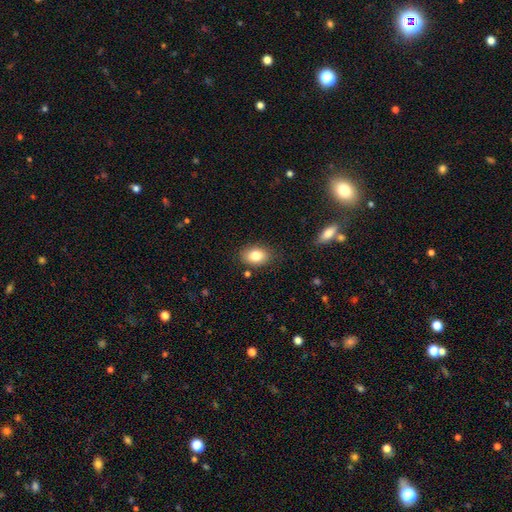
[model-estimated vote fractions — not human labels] Smooth or featured?
  - smooth: 82% *
  - featured or disk: 9%
  - star or artifact: 8%
How rounded?
  - in between: 83% *
  - round: 16%
  - cigar-shaped: 1%
Merging?
  - none: 83% *
  - minor disturbance: 12%
  - major disturbance: 3%
  - merger: 2%